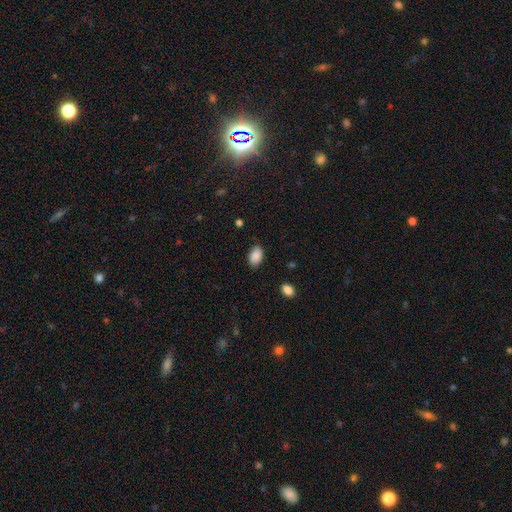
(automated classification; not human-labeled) Smooth or featured? Predicted: smooth (p=0.89). How rounded? Predicted: in between (p=0.90). Merging? Predicted: none (p=0.83).